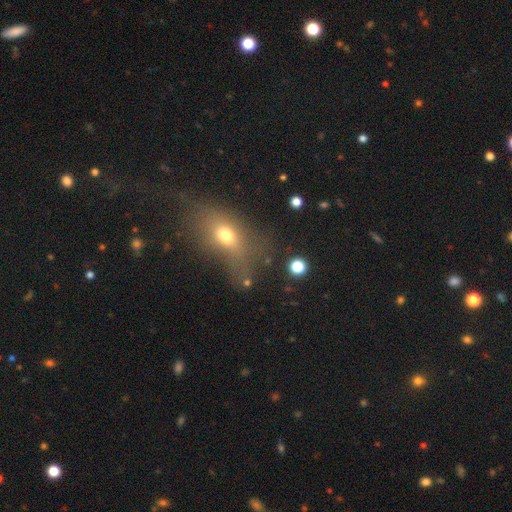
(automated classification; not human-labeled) Smooth or featured? Predicted: smooth (p=0.54). How rounded? Predicted: in between (p=0.66). Merging? Predicted: none (p=0.51).